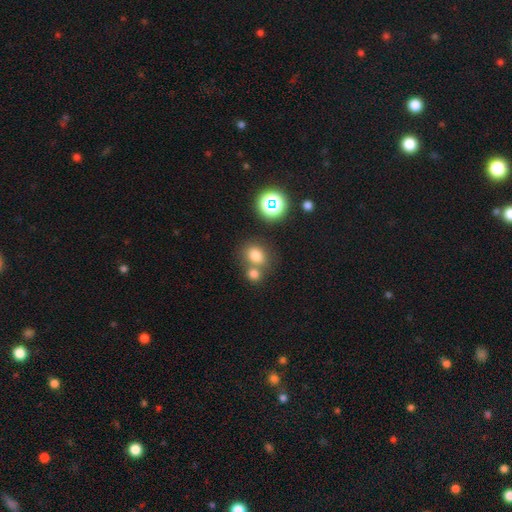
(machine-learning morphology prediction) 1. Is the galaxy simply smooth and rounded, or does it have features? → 76% smooth, 17% star or artifact, 8% featured or disk.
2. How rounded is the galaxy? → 54% round, 45% in between, 1% cigar-shaped.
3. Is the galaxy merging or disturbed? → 53% none, 33% merger, 10% minor disturbance, 4% major disturbance.